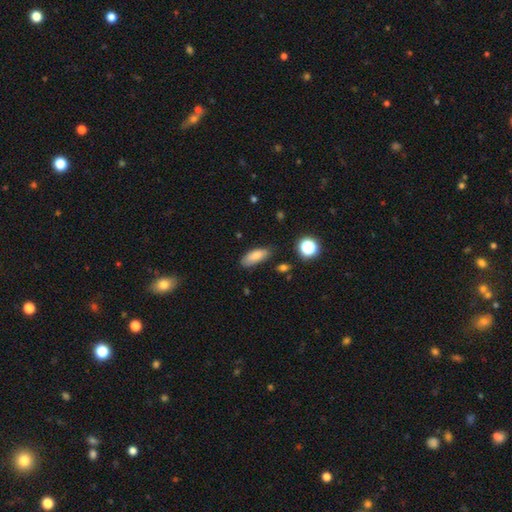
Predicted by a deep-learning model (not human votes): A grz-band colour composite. It shows a smooth galaxy with no disk features (81%) that is in between round and cigar-shaped (78%). Merging: none (76%).